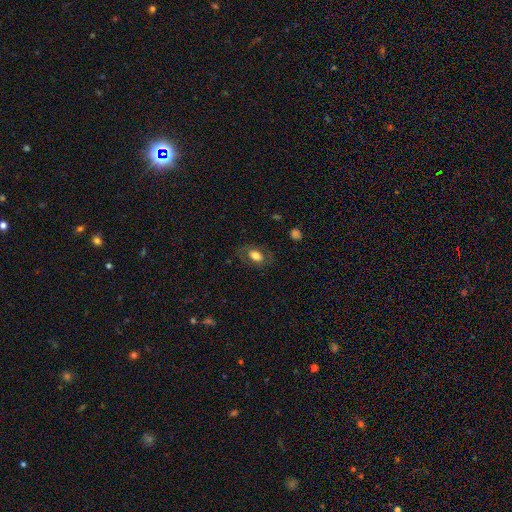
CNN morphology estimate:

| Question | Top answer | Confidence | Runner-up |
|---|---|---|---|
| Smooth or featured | smooth | 68% | featured or disk (24%) |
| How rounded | in between | 87% | round (11%) |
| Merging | none | 75% | minor disturbance (15%) |